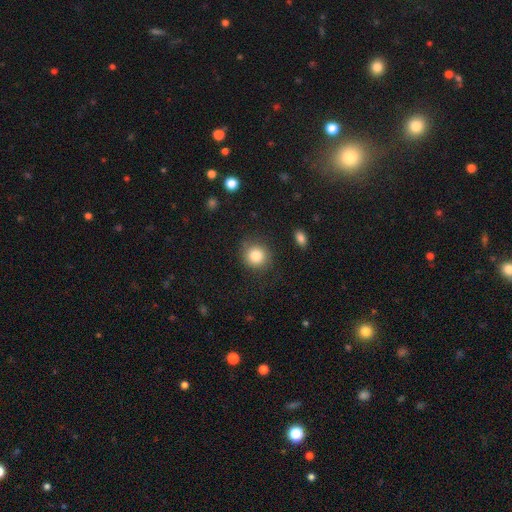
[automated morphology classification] smooth_or_featured: smooth (p=0.83) [alt: star or artifact p=0.09]
how_rounded: round (p=0.87) [alt: in between p=0.12]
merging: none (p=0.82) [alt: minor disturbance p=0.12]